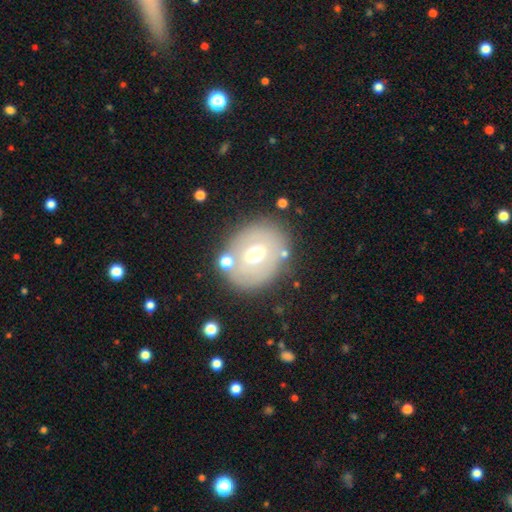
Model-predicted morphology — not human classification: A smooth galaxy with no disk features (48%).

Vote fractions:
- Smooth or featured? smooth: 48% / featured or disk: 41% / star or artifact: 10%
- Merging? none: 77% / minor disturbance: 13% / major disturbance: 5% / merger: 5%